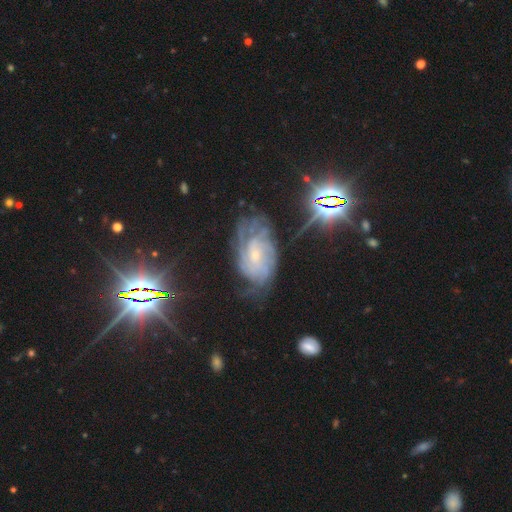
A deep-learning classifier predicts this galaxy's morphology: A featured or disk galaxy (77%) with no bar (62%), tight (60%) spiral arms (94%) and a small central bulge (73%). Merging: none (60%).